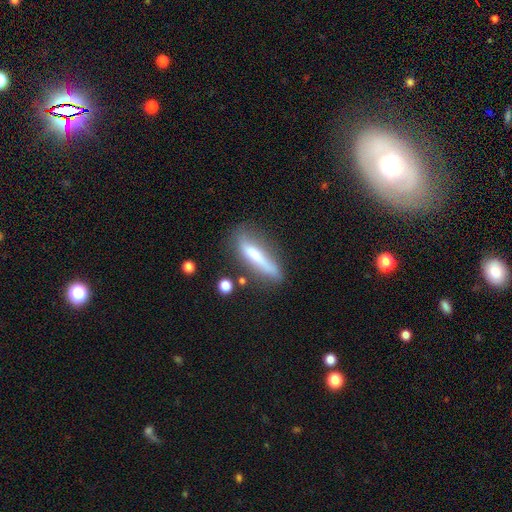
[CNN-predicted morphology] type=smooth (58%); roundness=cigar-shaped (82%); merging=none (62%).